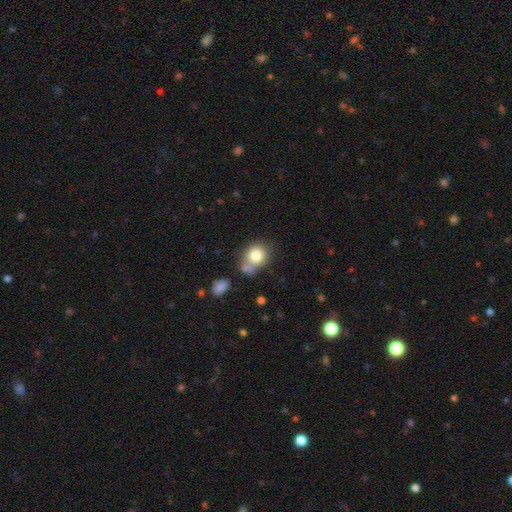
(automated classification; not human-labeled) A smooth galaxy with no disk features (80%) that is round (71%).

Vote fractions:
- Smooth or featured? smooth: 80% / featured or disk: 10% / star or artifact: 10%
- How rounded? round: 71% / in between: 28% / cigar-shaped: 1%
- Merging? none: 49% / merger: 27% / minor disturbance: 17% / major disturbance: 7%